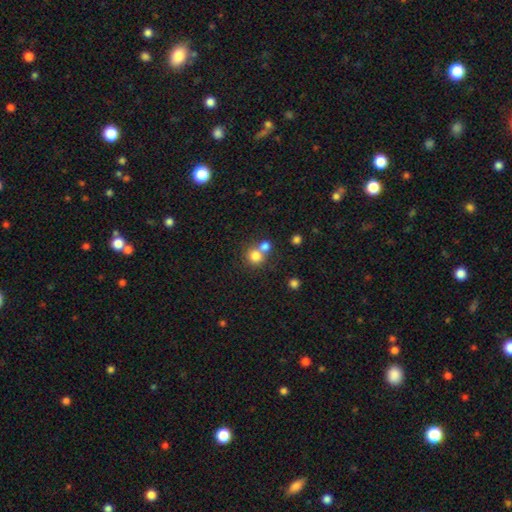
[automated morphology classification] smooth_or_featured: smooth (p=0.79) [alt: star or artifact p=0.12]
how_rounded: round (p=0.88) [alt: in between p=0.11]
merging: none (p=0.50) [alt: merger p=0.41]